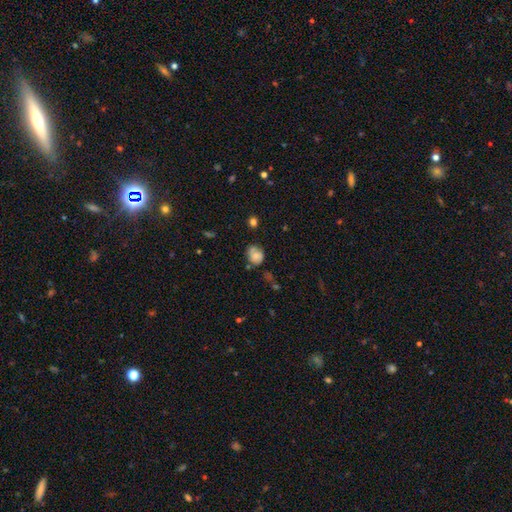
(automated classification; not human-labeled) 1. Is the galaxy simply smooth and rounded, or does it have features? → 67% smooth, 23% featured or disk, 11% star or artifact.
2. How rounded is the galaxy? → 54% round, 45% in between, 1% cigar-shaped.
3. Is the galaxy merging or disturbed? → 56% none, 27% minor disturbance, 9% merger, 8% major disturbance.